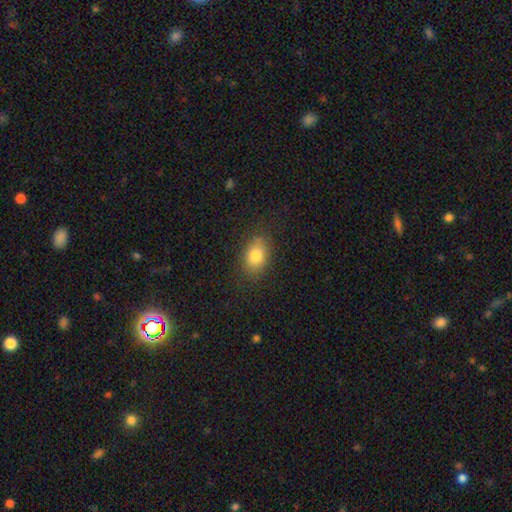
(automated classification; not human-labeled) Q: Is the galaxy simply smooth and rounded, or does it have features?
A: smooth — 81%.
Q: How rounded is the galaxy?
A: in between — 80%.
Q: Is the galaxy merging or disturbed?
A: none — 82%.